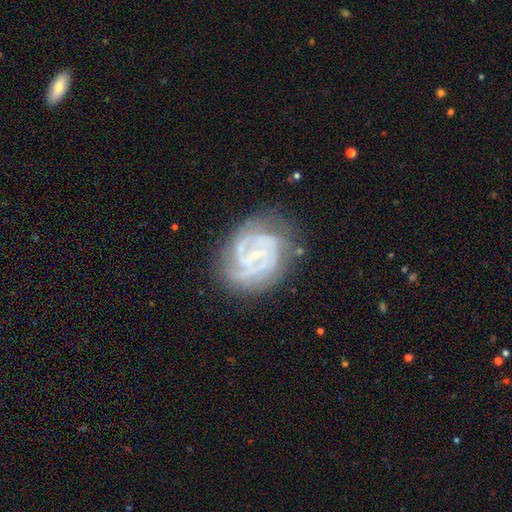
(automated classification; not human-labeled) Overall: featured or disk (88%). Edge-on disk: no (98%). Bar: no (47%; weak 38%). Spiral arms: yes (97%). Spiral arm count: 3 (31%; 2 27%). Spiral winding: tight (68%; medium 28%). Bulge size: small (82%). Merging: none (70%).